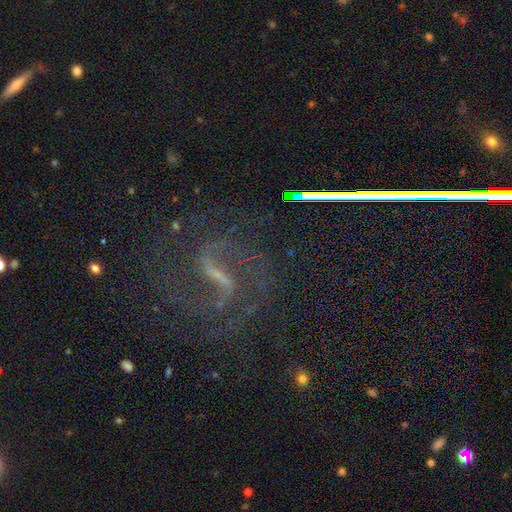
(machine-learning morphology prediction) Smooth or featured?
  - featured or disk: 72% *
  - star or artifact: 21%
  - smooth: 7%
Edge-on disk?
  - no: 91% *
  - yes: 9%
Bar?
  - strong: 60% *
  - weak: 30%
  - no: 10%
Spiral arms?
  - yes: 93% *
  - no: 7%
Spiral winding?
  - medium: 47% *
  - loose: 33%
  - tight: 20%
Spiral arm count?
  - 2: 86% *
  - can't tell: 6%
  - 3: 2%
  - 1: 2%
  - 4: 2%
  - more than 4: 2%
Bulge size?
  - small: 47% *
  - none: 32%
  - moderate: 17%
  - large: 3%
  - dominant: 2%
Merging?
  - none: 74% *
  - minor disturbance: 13%
  - major disturbance: 10%
  - merger: 2%